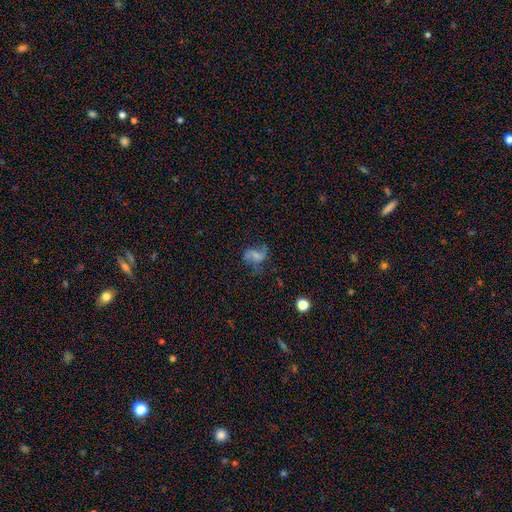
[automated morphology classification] smooth-or-featured: featured or disk: 64% | smooth: 26% | star or artifact: 10%
  disk-edge-on: no: 97% | yes: 3%
    bar: no: 44% | weak: 41% | strong: 16%
    has-spiral-arms: yes: 88% | no: 12%
      spiral-winding: loose: 73% | medium: 21% | tight: 5%
      spiral-arm-count: 2: 87% | 1: 5% | can't tell: 4% | 3: 2% | 4: 1% | more than 4: 1%
    bulge-size: small: 40% | none: 33% | moderate: 21% | large: 4% | dominant: 2%
  merging: none: 55% | minor disturbance: 22% | major disturbance: 20% | merger: 3%